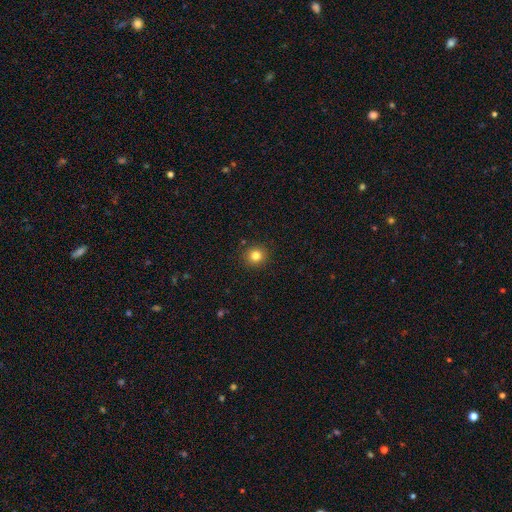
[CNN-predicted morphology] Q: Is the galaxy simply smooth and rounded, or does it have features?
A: smooth — 81%.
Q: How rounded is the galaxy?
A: round — 91%.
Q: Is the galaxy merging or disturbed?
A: none — 91%.